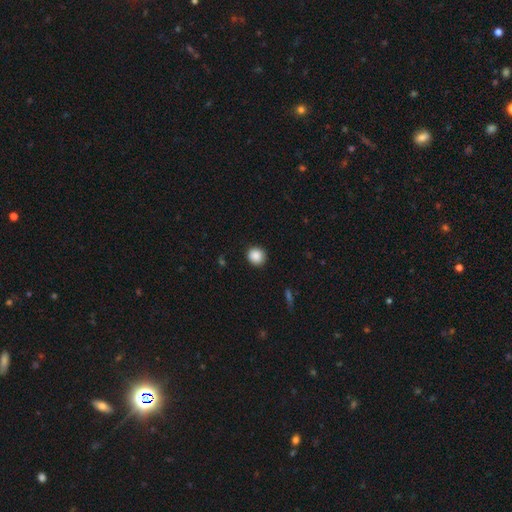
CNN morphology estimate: Q: Smooth or featured?
A: smooth (88%); runner-up: star or artifact (9%)
Q: How rounded?
A: round (92%); runner-up: in between (7%)
Q: Merging?
A: none (90%); runner-up: minor disturbance (7%)